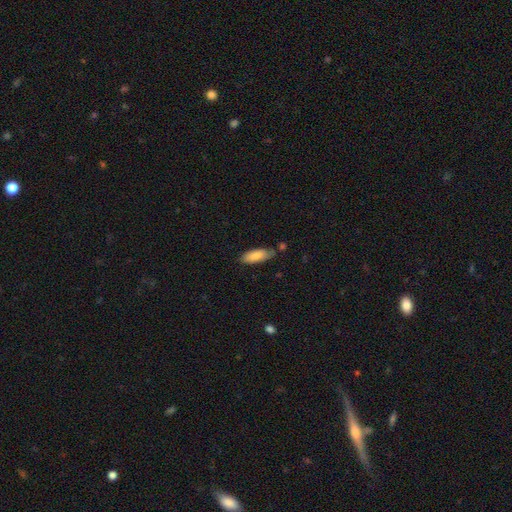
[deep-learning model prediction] Morphology: type=smooth (84%); roundness=in between (70%); merging=none (66%).